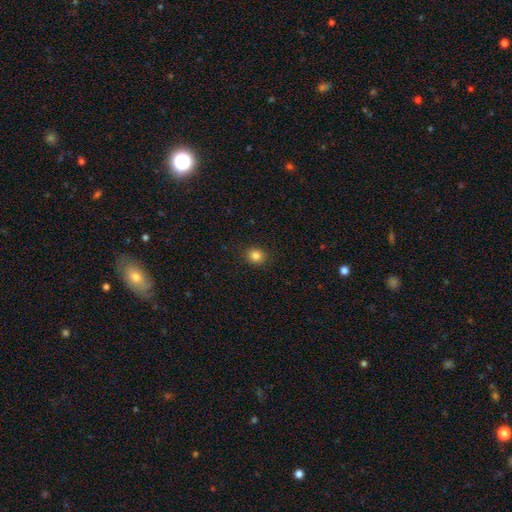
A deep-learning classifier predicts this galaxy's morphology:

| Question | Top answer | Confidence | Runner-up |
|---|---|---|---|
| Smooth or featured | smooth | 84% | star or artifact (12%) |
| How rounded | round | 79% | in between (21%) |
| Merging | none | 91% | minor disturbance (7%) |